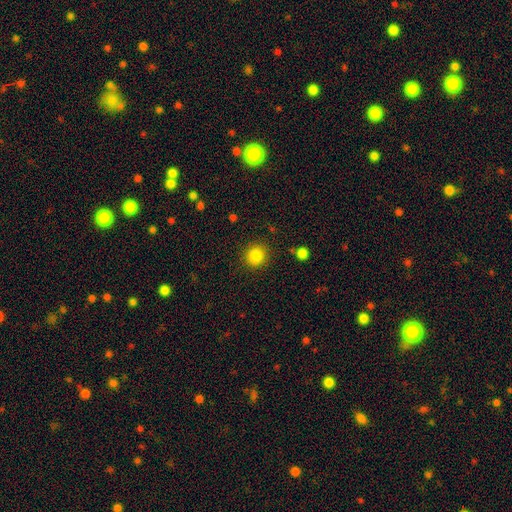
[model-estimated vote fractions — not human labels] The model was most divided on "smooth or featured": smooth: 85%, star or artifact: 11%, featured or disk: 4%. More confident: merging — none (88%); how rounded — round (88%).